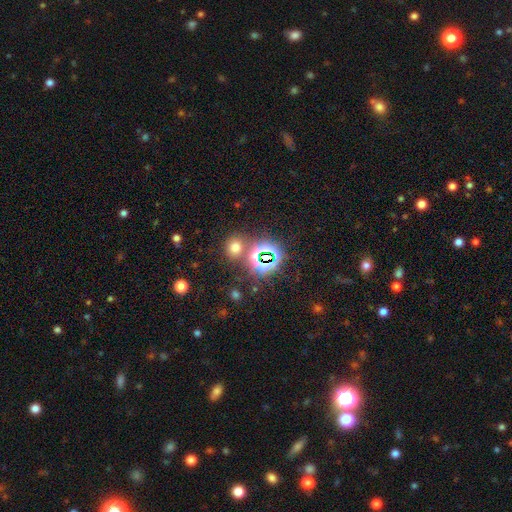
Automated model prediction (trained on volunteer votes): Smooth or featured: star or artifact — 56% (smooth — 36%)